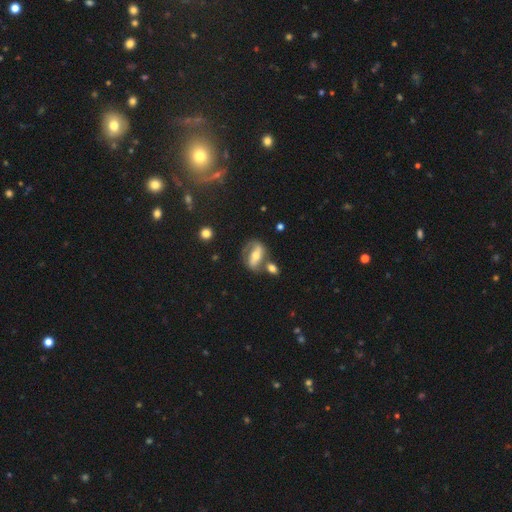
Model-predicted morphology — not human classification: A featured or disk galaxy (62%) with a strong bar (50%), spiral arms (65%) and a moderate central bulge (68%).

Vote fractions:
- Smooth or featured? featured or disk: 62% / smooth: 30% / star or artifact: 7%
- Edge-on disk? no: 86% / yes: 14%
- Bar? strong: 50% / no: 25% / weak: 24%
- Spiral arms? yes: 65% / no: 35%
- Bulge size? moderate: 68% / small: 22% / large: 7% / none: 1% / dominant: 1%
- Merging? none: 54% / merger: 19% / minor disturbance: 17% / major disturbance: 9%